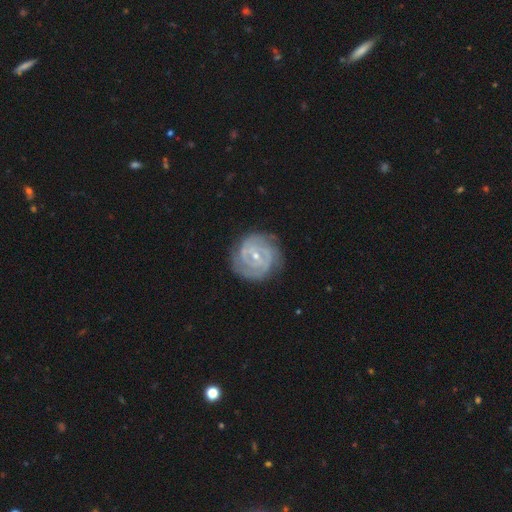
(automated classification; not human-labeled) This is clearly a featured or disk galaxy (88%). It is clearly not viewed edge-on (98%). Bar: possibly weak (48%). Spiral arm pattern: clearly yes (97%). Spiral arm count: marginally 2 (38%). Spiral winding: likely tight (74%). Central bulge: likely small (64%). Merging: likely none (79%).